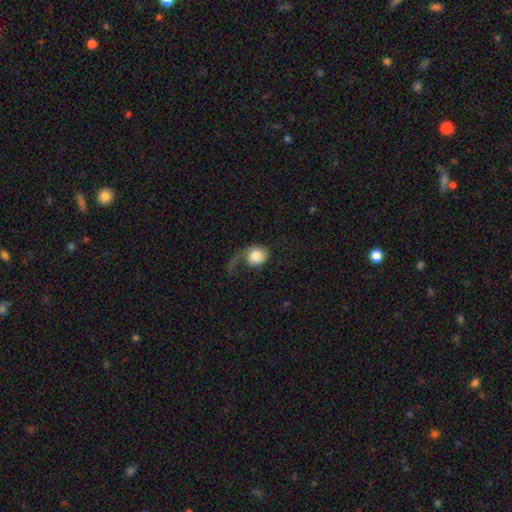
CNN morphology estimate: Q: Smooth or featured?
A: smooth (56%); runner-up: featured or disk (36%)
Q: How rounded?
A: round (66%); runner-up: in between (32%)
Q: Merging?
A: major disturbance (57%); runner-up: none (24%)